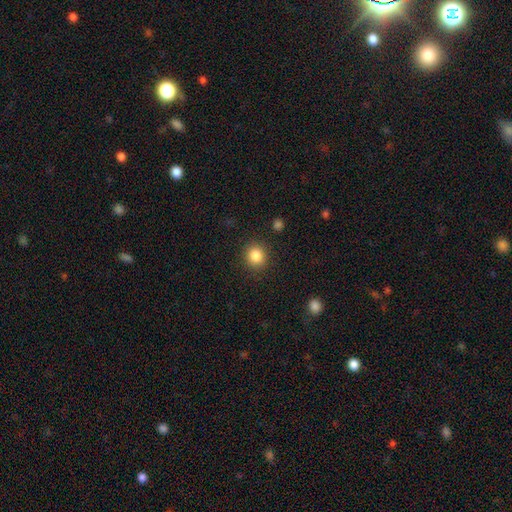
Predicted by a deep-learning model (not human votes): Morphology: type=smooth (85%); roundness=round (85%); merging=none (88%).